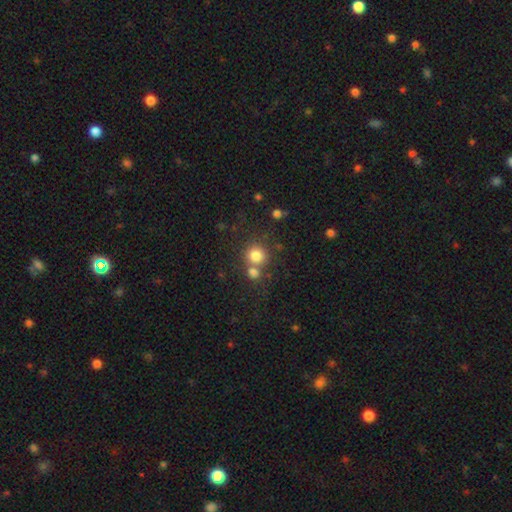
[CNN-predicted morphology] A smooth galaxy with no disk features (79%) that is round (88%). Merging: none (54%).